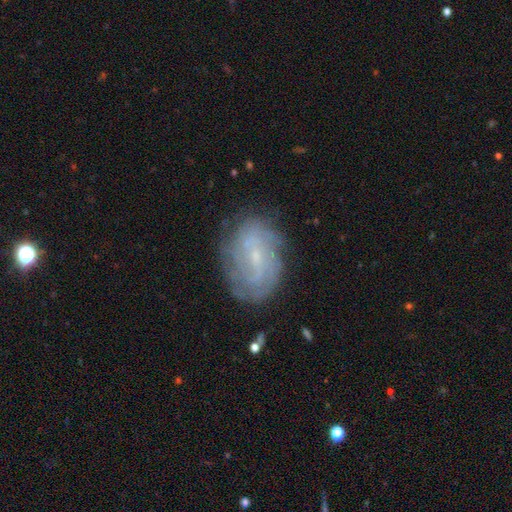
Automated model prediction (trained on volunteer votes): Smooth or featured? featured or disk (69%)
Edge-on disk? no (96%)
Bar? weak (51%)
Spiral arms? yes (81%)
Spiral winding? tight (52%)
Spiral arm count? can't tell (53%)
Bulge size? small (76%)
Merging? none (75%)